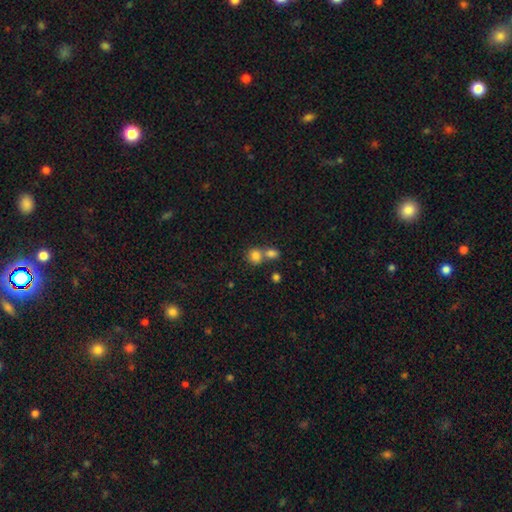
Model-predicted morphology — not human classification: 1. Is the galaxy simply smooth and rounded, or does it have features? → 82% smooth, 11% star or artifact, 7% featured or disk.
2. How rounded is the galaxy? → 73% round, 26% in between, 1% cigar-shaped.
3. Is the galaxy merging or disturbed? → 50% merger, 40% none, 7% minor disturbance, 3% major disturbance.